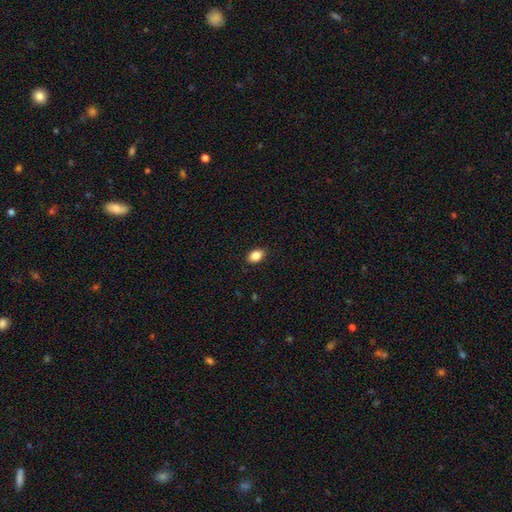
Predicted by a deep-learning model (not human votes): smooth-or-featured: smooth: 86% | star or artifact: 9% | featured or disk: 5%
  how-rounded: in between: 84% | round: 14% | cigar-shaped: 2%
  merging: none: 88% | minor disturbance: 9% | major disturbance: 2% | merger: 1%